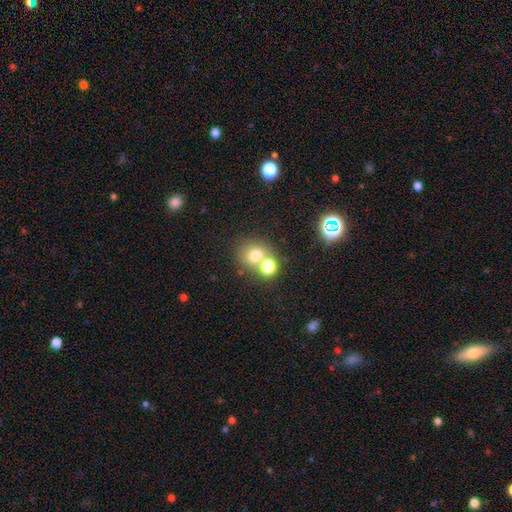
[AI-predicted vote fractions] Smooth or featured? smooth (72%)
How rounded? round (82%)
Merging? none (50%)